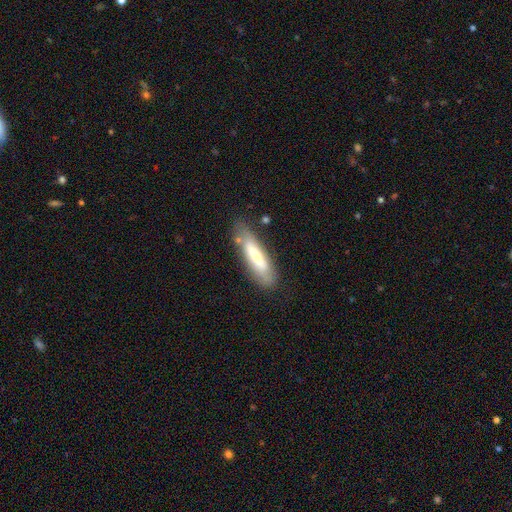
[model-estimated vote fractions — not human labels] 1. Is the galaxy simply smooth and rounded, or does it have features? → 54% smooth, 38% featured or disk, 9% star or artifact.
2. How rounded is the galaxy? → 72% cigar-shaped, 27% in between, 1% round.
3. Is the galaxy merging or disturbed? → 75% none, 18% minor disturbance, 5% major disturbance, 2% merger.